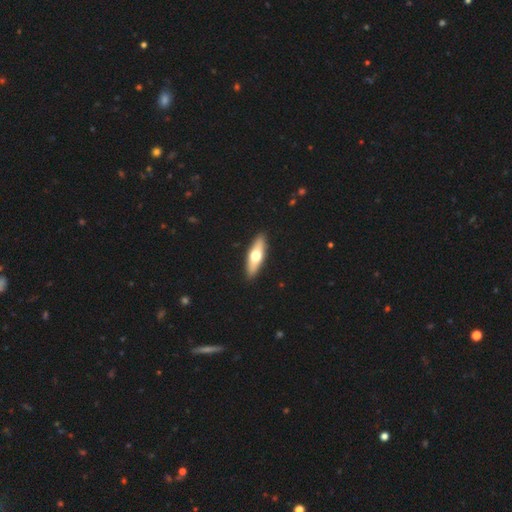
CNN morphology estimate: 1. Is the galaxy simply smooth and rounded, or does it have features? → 50% smooth, 45% featured or disk, 5% star or artifact.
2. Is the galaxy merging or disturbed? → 91% none, 6% minor disturbance, 1% major disturbance, 1% merger.